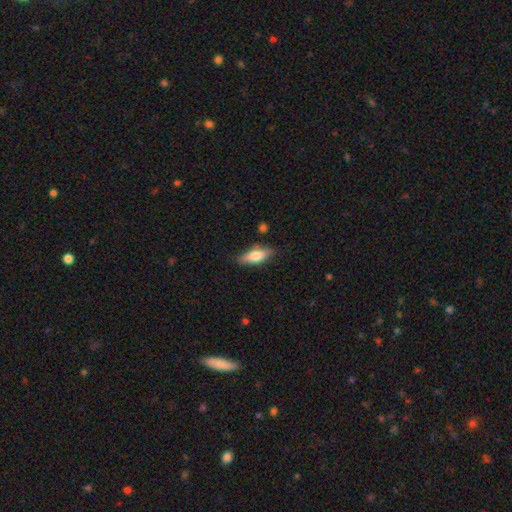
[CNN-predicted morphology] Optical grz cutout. It shows a smooth galaxy with no disk features (70%) that is in between round and cigar-shaped (69%). Merging: none (78%).